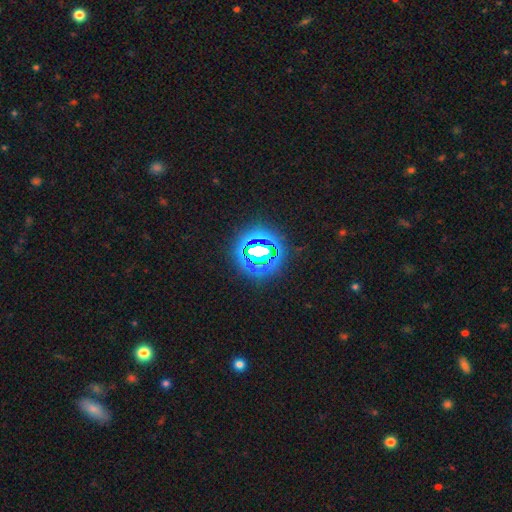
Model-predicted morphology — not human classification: Smooth or featured? star or artifact (71%)